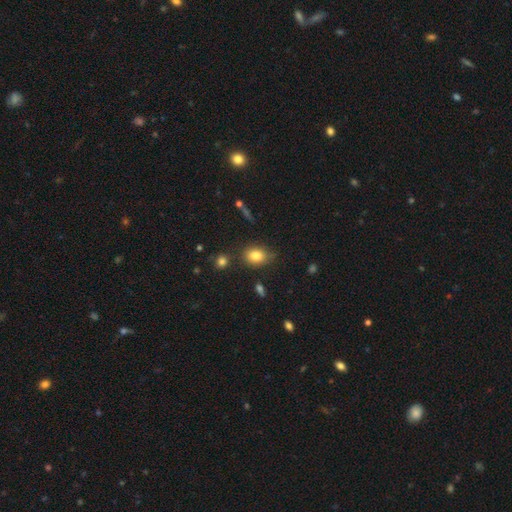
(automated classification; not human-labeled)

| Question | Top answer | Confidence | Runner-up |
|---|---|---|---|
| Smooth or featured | smooth | 81% | star or artifact (10%) |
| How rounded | in between | 66% | round (33%) |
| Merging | none | 75% | minor disturbance (17%) |